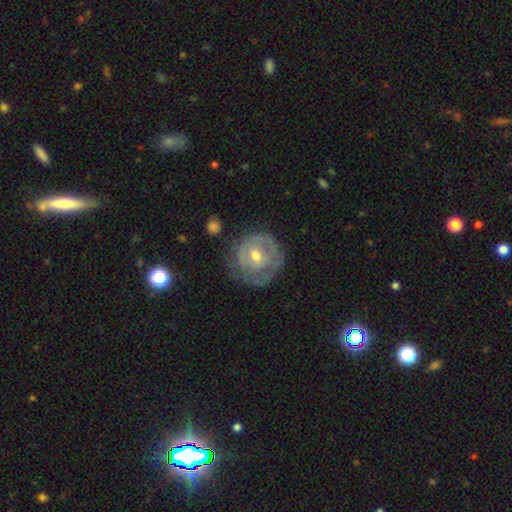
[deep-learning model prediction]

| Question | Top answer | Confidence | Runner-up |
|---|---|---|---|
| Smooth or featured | featured or disk | 63% | smooth (31%) |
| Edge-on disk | no | 97% | yes (3%) |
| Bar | no | 63% | weak (30%) |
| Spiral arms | yes | 59% | no (41%) |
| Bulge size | moderate | 61% | small (34%) |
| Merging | none | 64% | minor disturbance (23%) |